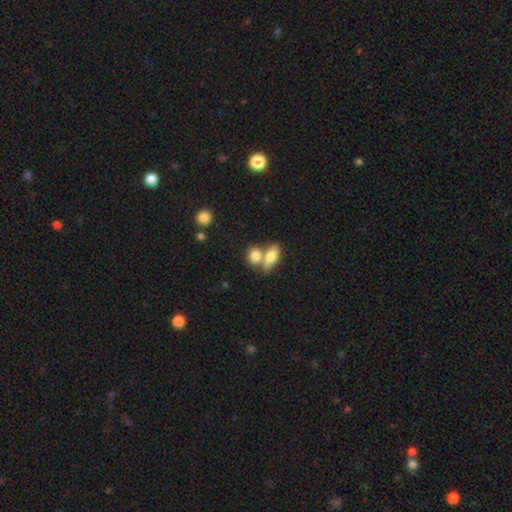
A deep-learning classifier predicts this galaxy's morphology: Smooth or featured?
  - smooth: 81% *
  - featured or disk: 12%
  - star or artifact: 8%
How rounded?
  - in between: 65% *
  - round: 31%
  - cigar-shaped: 5%
Merging?
  - merger: 56% *
  - none: 32%
  - minor disturbance: 8%
  - major disturbance: 4%